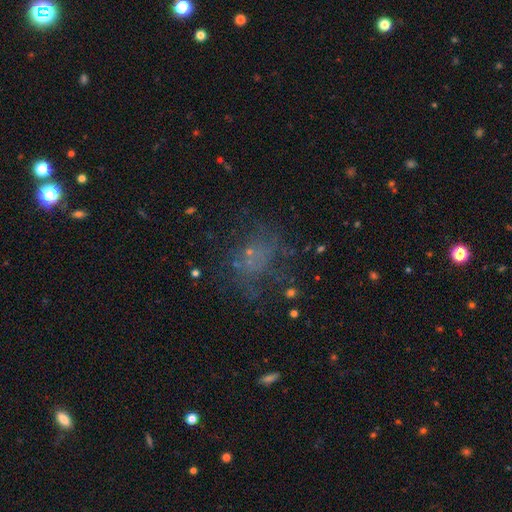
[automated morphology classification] This is marginally a smooth galaxy (38%). Merging: possibly none (49%).